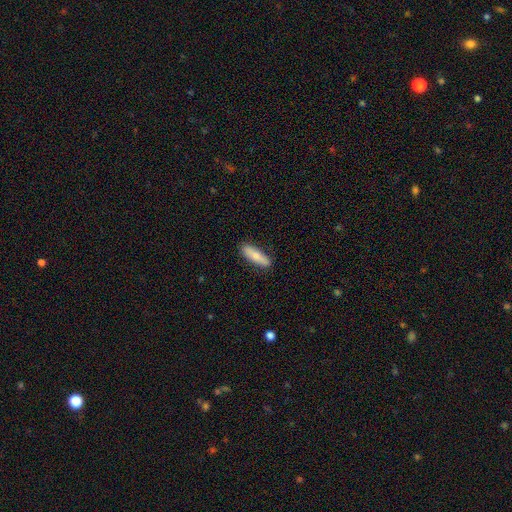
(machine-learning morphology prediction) smooth-or-featured: smooth: 72% | featured or disk: 22% | star or artifact: 6%
  how-rounded: cigar-shaped: 59% | in between: 39% | round: 2%
  merging: none: 87% | minor disturbance: 10% | major disturbance: 2% | merger: 1%